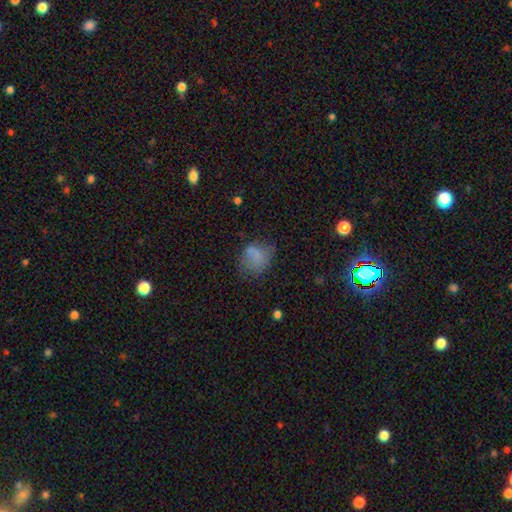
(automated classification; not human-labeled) smooth-or-featured: smooth: 71% | featured or disk: 16% | star or artifact: 13%
  how-rounded: round: 51% | in between: 47% | cigar-shaped: 1%
  merging: none: 47% | minor disturbance: 29% | major disturbance: 20% | merger: 4%